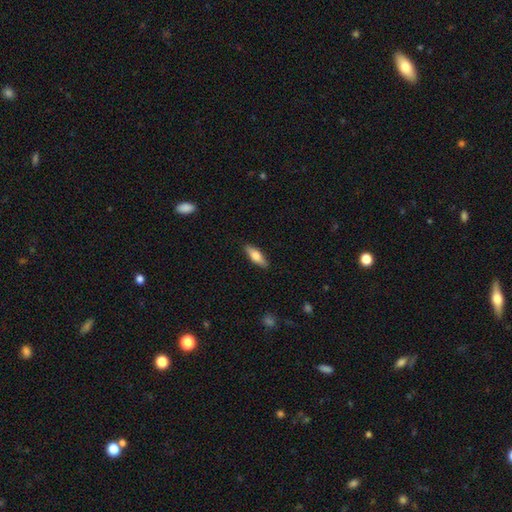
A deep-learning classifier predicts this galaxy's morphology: This appears to be a smooth galaxy with no disk features (66%) that is in between round and cigar-shaped (53%). Merging: none (89%).